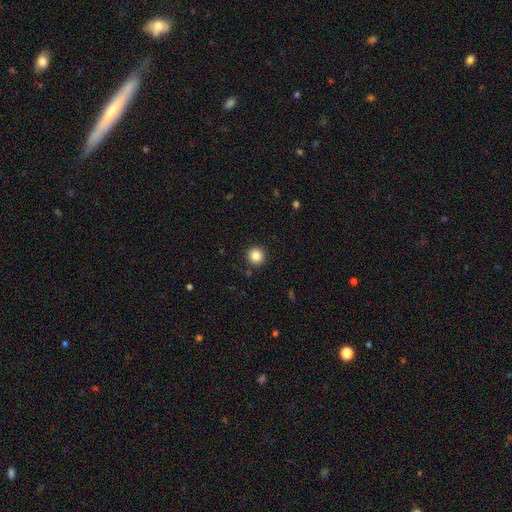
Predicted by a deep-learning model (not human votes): Smooth or featured? Predicted: smooth (p=0.86). How rounded? Predicted: round (p=0.95). Merging? Predicted: none (p=0.92).